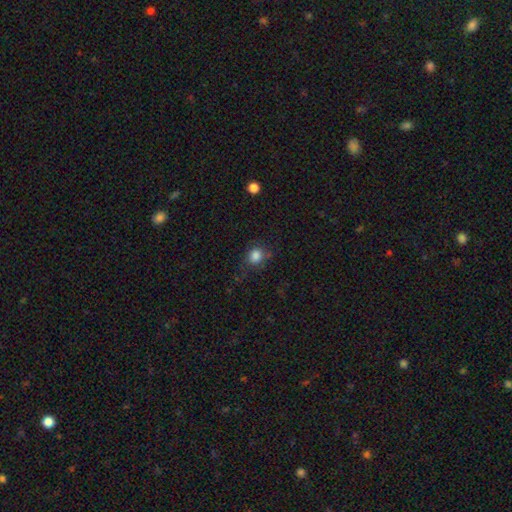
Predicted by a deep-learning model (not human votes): A smooth galaxy with no disk features (84%) that is round (76%).

Vote fractions:
- Smooth or featured? smooth: 84% / star or artifact: 11% / featured or disk: 5%
- How rounded? round: 76% / in between: 23% / cigar-shaped: 1%
- Merging? none: 73% / minor disturbance: 18% / major disturbance: 7% / merger: 2%